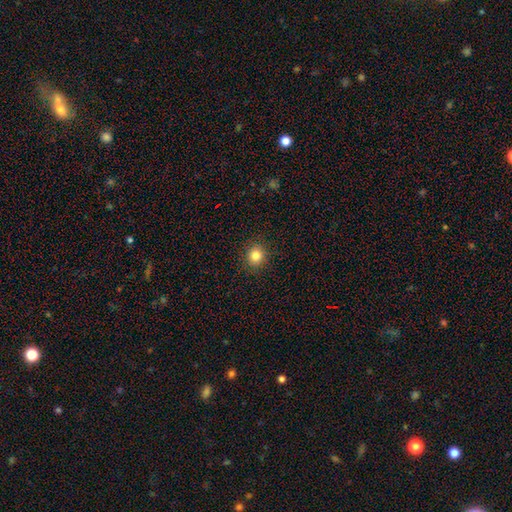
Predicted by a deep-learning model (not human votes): Smooth or featured? Predicted: smooth (p=0.82). How rounded? Predicted: round (p=0.85). Merging? Predicted: none (p=0.91).